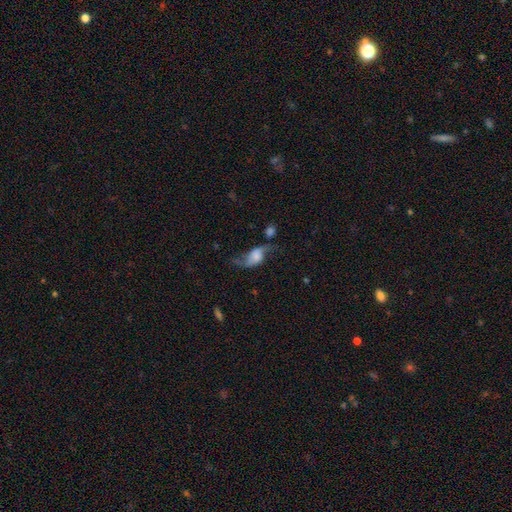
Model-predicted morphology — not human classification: The model was most divided on "bulge size": none: 27%, large: 23%, small: 21%, moderate: 19%, dominant: 10%. Remaining: edge-on disk — no (90%); spiral arm count — 2 (90%); spiral winding — loose (89%); spiral arms — yes (88%); smooth or featured — featured or disk (63%); bar — no (56%); merging — none (49%).